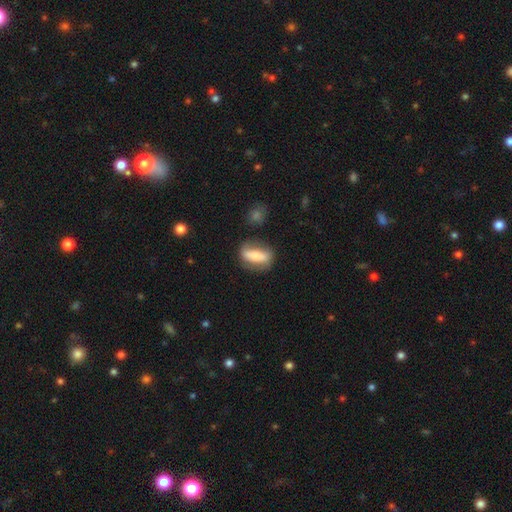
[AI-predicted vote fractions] smooth 56%, featured or disk 37%, star or artifact 7%. Down the decision tree: how rounded — in between (70%); merging — none (69%).